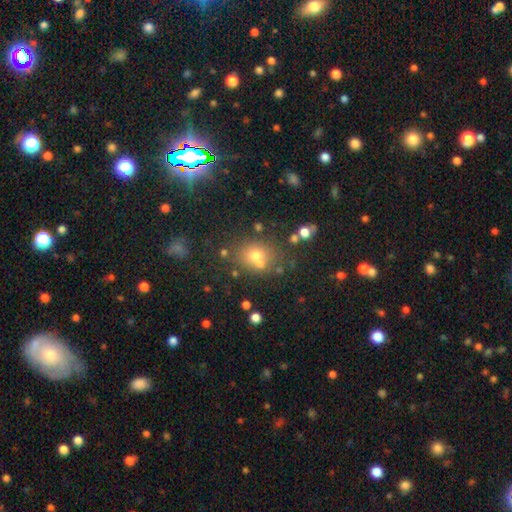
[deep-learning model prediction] A smooth galaxy with no disk features (64%) that is round (66%). Merging: none (60%).